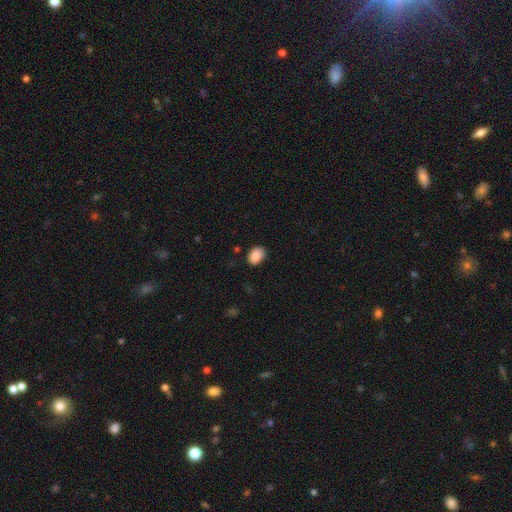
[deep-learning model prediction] Morphology: type=smooth (89%); roundness=in between (81%); merging=none (83%).